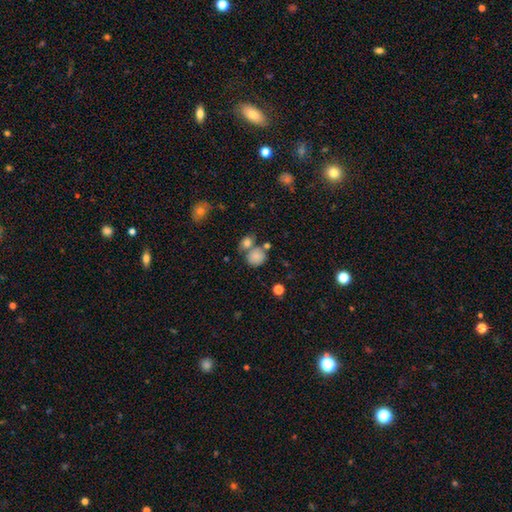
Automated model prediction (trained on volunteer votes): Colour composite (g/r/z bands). It shows a smooth galaxy with no disk features (81%) that is round (79%). Merging: none (50%).